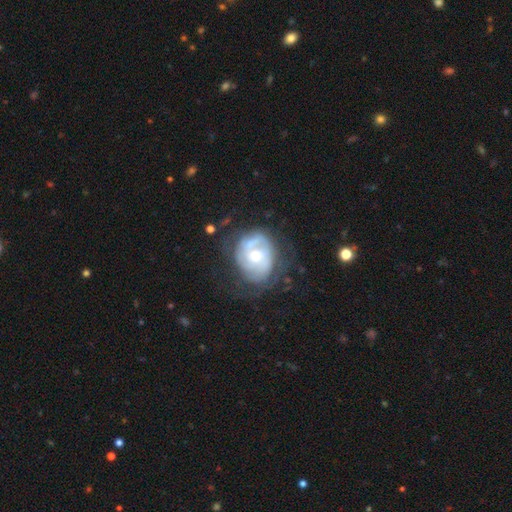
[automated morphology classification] Q: Smooth or featured?
A: featured or disk (72%); runner-up: smooth (21%)
Q: Edge-on disk?
A: no (97%); runner-up: yes (3%)
Q: Bar?
A: no (69%); runner-up: weak (26%)
Q: Spiral arms?
A: yes (75%); runner-up: no (25%)
Q: Spiral winding?
A: tight (53%); runner-up: medium (33%)
Q: Spiral arm count?
A: can't tell (42%); runner-up: 2 (35%)
Q: Bulge size?
A: moderate (52%); runner-up: small (40%)
Q: Merging?
A: none (50%); runner-up: minor disturbance (24%)